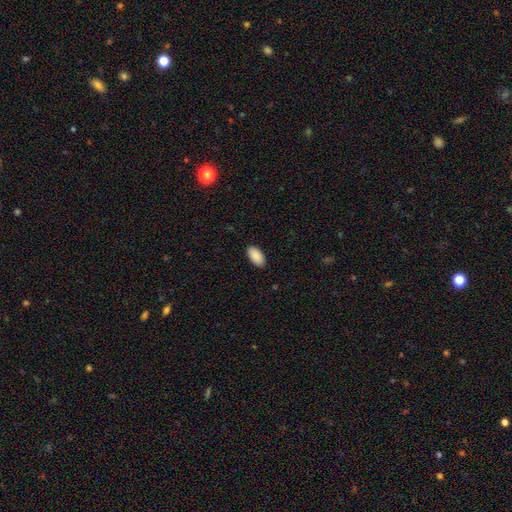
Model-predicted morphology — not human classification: This appears to be a smooth galaxy with no disk features (90%) that is in between round and cigar-shaped (96%). Merging: none (89%).